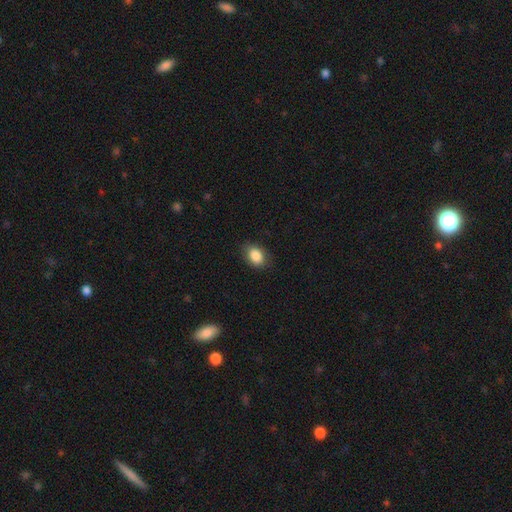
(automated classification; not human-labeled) smooth-or-featured: smooth: 87% | star or artifact: 8% | featured or disk: 5%
  how-rounded: in between: 80% | round: 18% | cigar-shaped: 1%
  merging: none: 83% | minor disturbance: 13% | major disturbance: 3% | merger: 1%